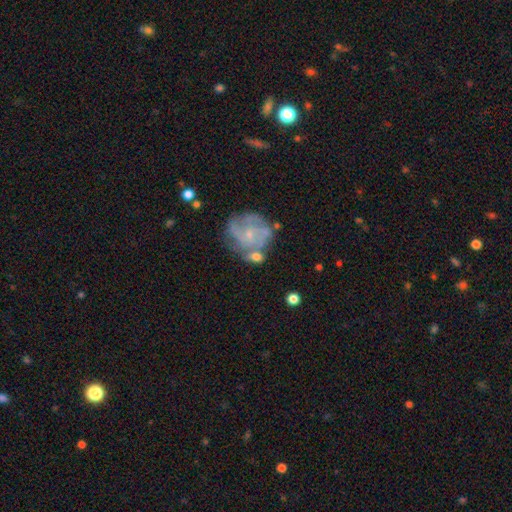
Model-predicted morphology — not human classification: This is likely a featured or disk galaxy (69%). It is clearly not viewed edge-on (98%). Bar: likely no (70%). Spiral arm pattern: likely yes (77%). Spiral arm count: marginally can't tell (38%). Spiral winding: marginally tight (41%). Central bulge: likely small (73%). Merging: possibly none (49%).